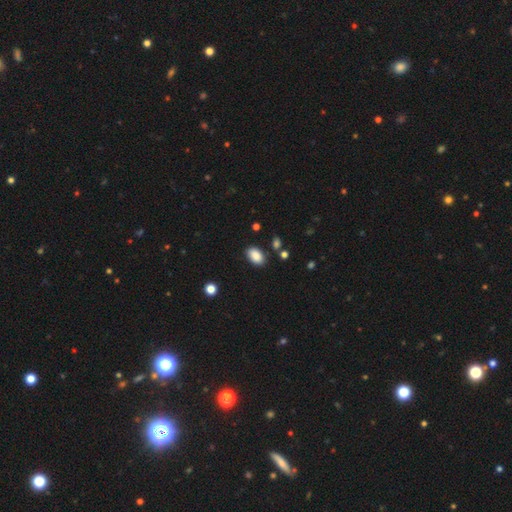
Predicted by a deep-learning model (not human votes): smooth 88%, star or artifact 8%, featured or disk 4%. Down the decision tree: how rounded — in between (91%); merging — none (85%).